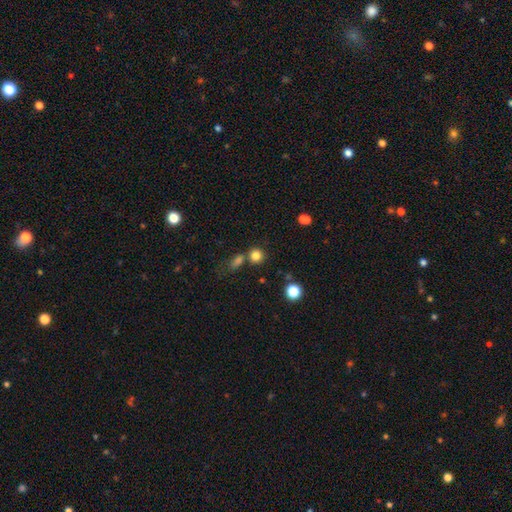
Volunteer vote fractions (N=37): This is clearly a smooth galaxy (89%). How rounded: clearly round (97%). Merging: likely none (63%).